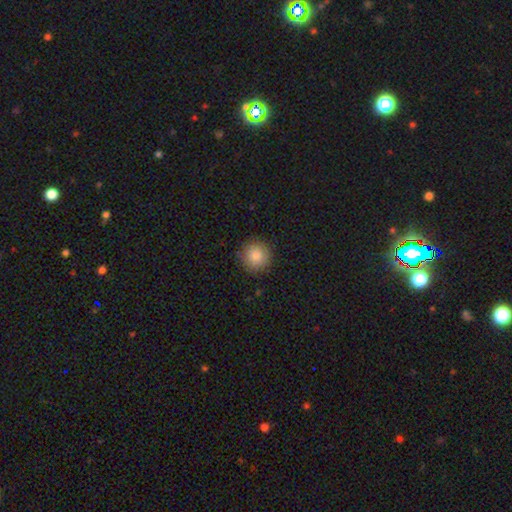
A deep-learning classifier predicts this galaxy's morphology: smooth-or-featured: smooth: 85% | star or artifact: 10% | featured or disk: 5%
  how-rounded: round: 95% | in between: 4% | cigar-shaped: 1%
  merging: none: 90% | minor disturbance: 7% | major disturbance: 2% | merger: 1%